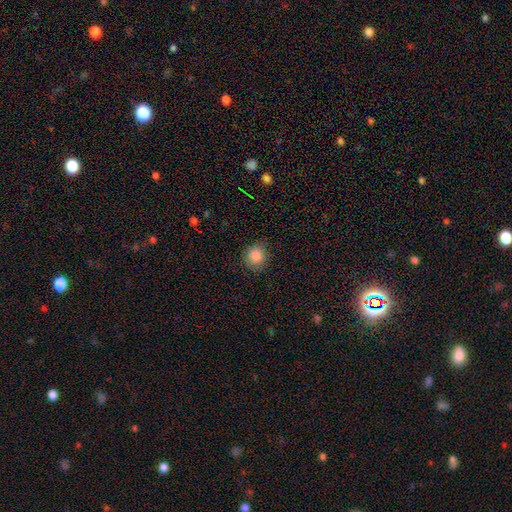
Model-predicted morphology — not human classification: Smooth or featured? Predicted: smooth (p=0.86). How rounded? Predicted: round (p=0.89). Merging? Predicted: none (p=0.87).